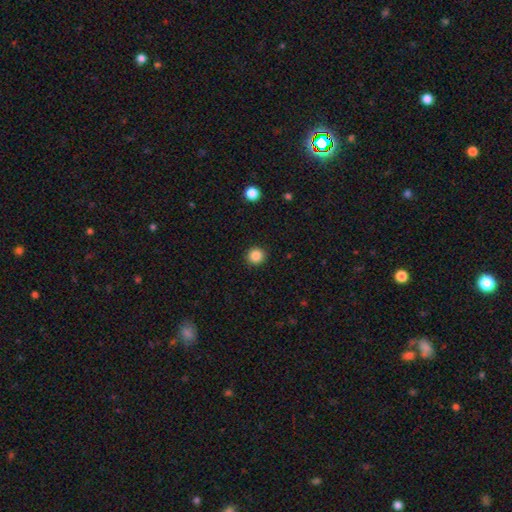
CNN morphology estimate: smooth 86%, star or artifact 10%, featured or disk 3%. Down the decision tree: how rounded — round (94%); merging — none (92%).